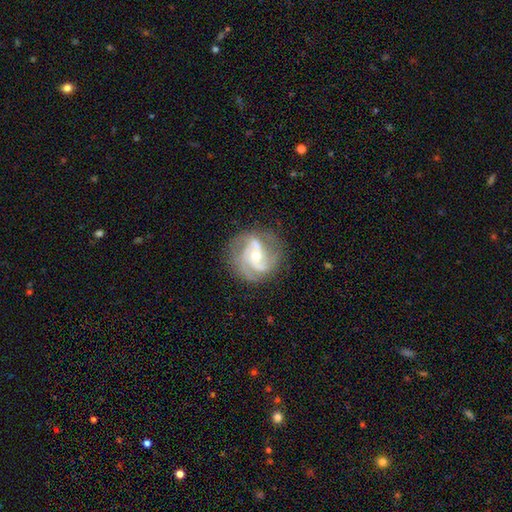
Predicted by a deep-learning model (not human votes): This is clearly a featured or disk galaxy (85%). It is clearly not viewed edge-on (98%). Bar: marginally no (44%). Spiral arm pattern: clearly yes (95%). Spiral arm count: marginally 2 (38%). Spiral winding: possibly medium (48%). Central bulge: possibly moderate (56%). Merging: likely none (68%).